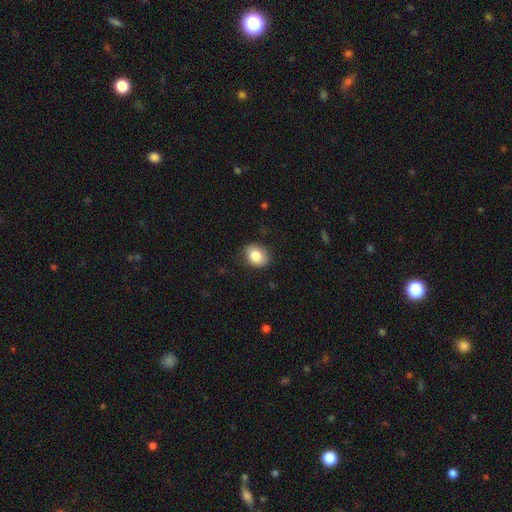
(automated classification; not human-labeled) Q: Smooth or featured?
A: smooth (85%); runner-up: star or artifact (8%)
Q: How rounded?
A: in between (58%); runner-up: round (41%)
Q: Merging?
A: none (81%); runner-up: minor disturbance (15%)